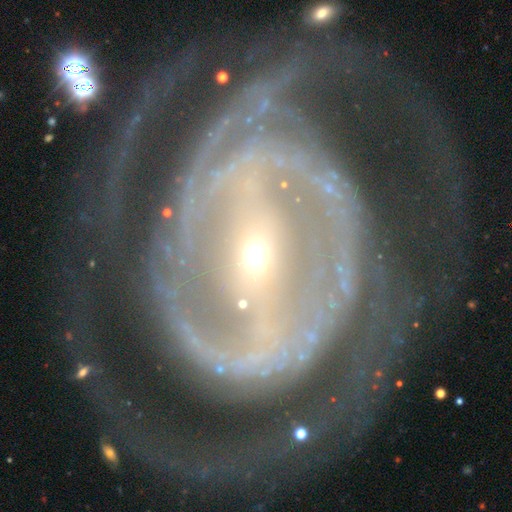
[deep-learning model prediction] This is clearly a featured or disk galaxy (89%). It is clearly not viewed edge-on (95%). Bar: likely strong (72%). Spiral arm pattern: clearly yes (89%). Spiral arm count: marginally 2 (36%). Spiral winding: likely tight (62%). Central bulge: clearly small (81%). Merging: likely none (67%).